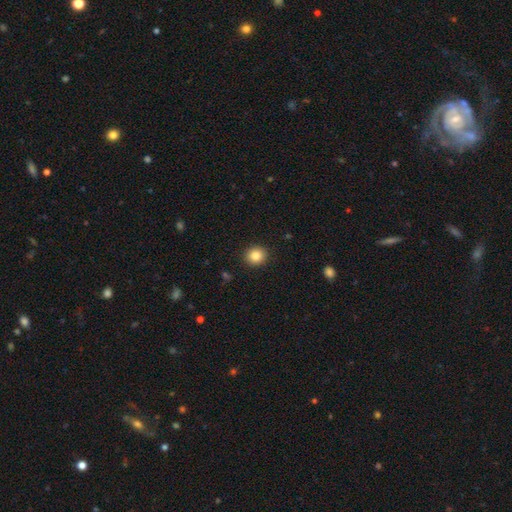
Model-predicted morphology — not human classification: smooth_or_featured: smooth (p=0.84) [alt: star or artifact p=0.10]
how_rounded: round (p=0.84) [alt: in between p=0.16]
merging: none (p=0.91) [alt: minor disturbance p=0.06]